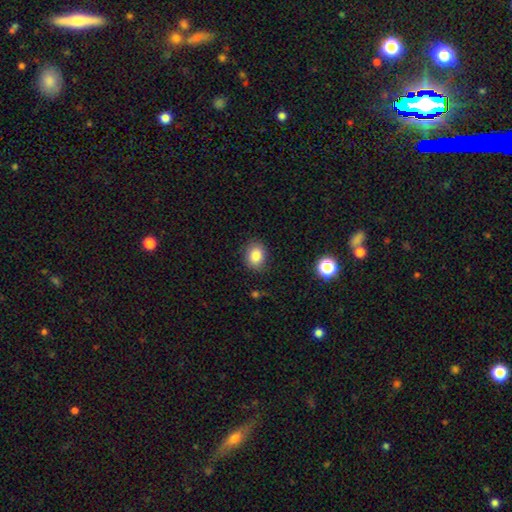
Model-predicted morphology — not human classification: Q: Smooth or featured?
A: smooth (83%); runner-up: star or artifact (10%)
Q: How rounded?
A: in between (56%); runner-up: round (43%)
Q: Merging?
A: none (84%); runner-up: minor disturbance (11%)